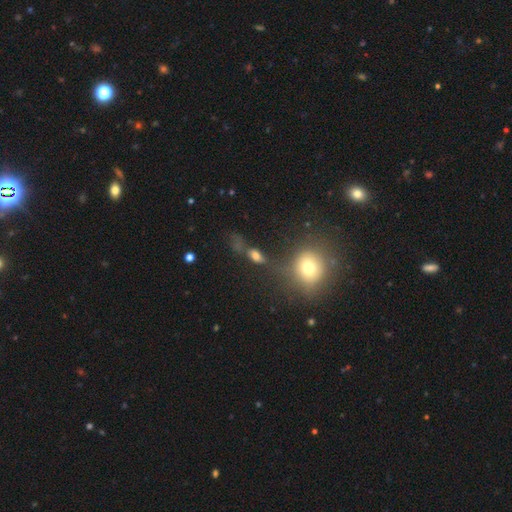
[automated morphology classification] This is likely a smooth galaxy (65%). How rounded: likely in between (69%). Merging: possibly none (47%).